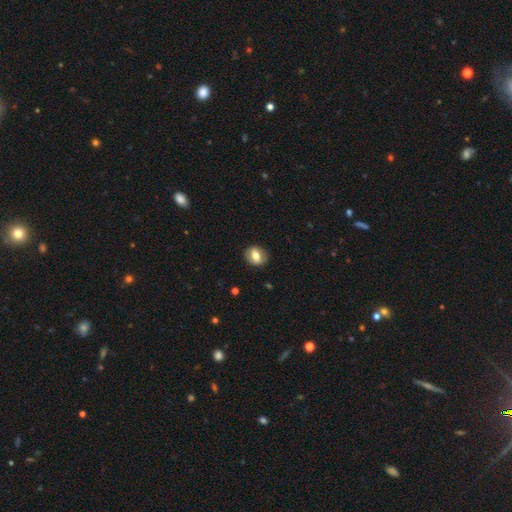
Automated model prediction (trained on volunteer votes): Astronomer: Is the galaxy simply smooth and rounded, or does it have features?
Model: smooth — 57% (runner-up: featured or disk, 35%).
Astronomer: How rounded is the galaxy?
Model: round — 53% (runner-up: in between, 45%).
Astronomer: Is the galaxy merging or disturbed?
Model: none — 85%.